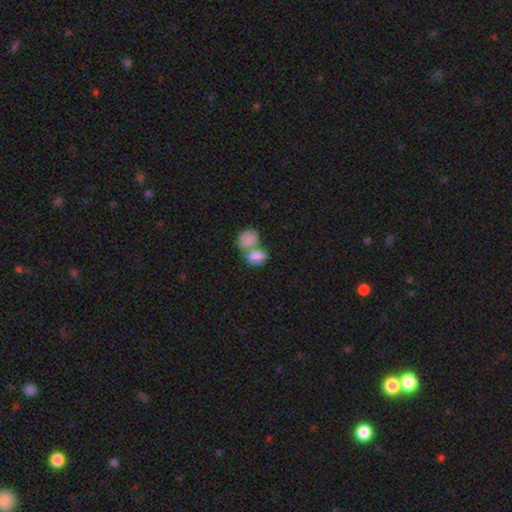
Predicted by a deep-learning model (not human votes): Morphology: type=smooth (84%); roundness=in between (78%); merging=merger (59%).